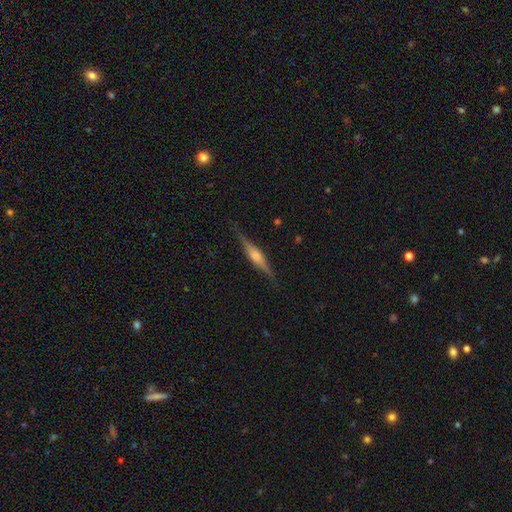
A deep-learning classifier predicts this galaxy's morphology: A featured or disk galaxy (74%) viewed edge-on (97%) with a rounded central bulge (78%). Merging: none (85%).